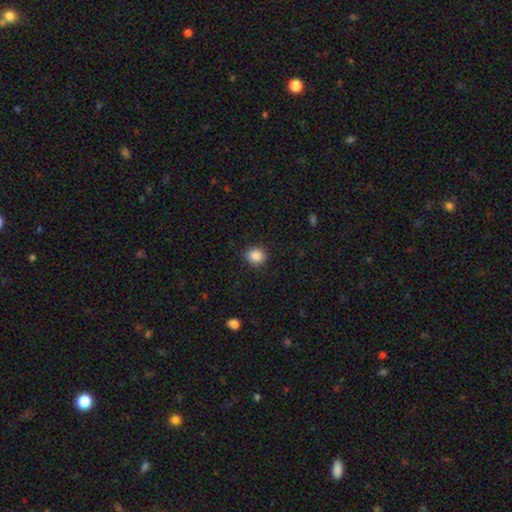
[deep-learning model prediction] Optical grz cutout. It shows a smooth galaxy with no disk features (87%) that is round (77%). Merging: none (86%).